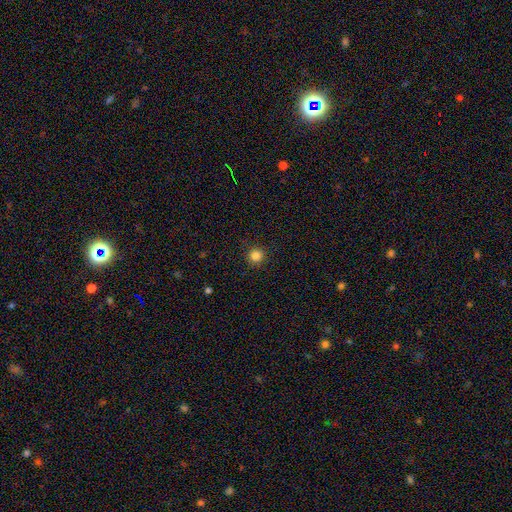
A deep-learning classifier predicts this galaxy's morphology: smooth-or-featured: smooth: 84% | star or artifact: 12% | featured or disk: 4%
  how-rounded: round: 95% | in between: 4% | cigar-shaped: 1%
  merging: none: 92% | minor disturbance: 5% | major disturbance: 2% | merger: 1%